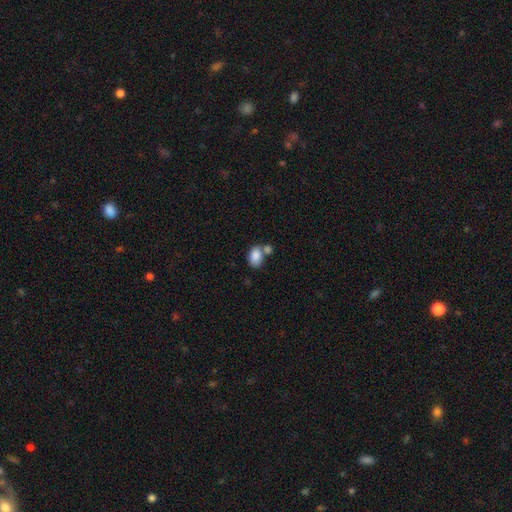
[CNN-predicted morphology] smooth-or-featured: smooth: 85% | featured or disk: 8% | star or artifact: 8%
  how-rounded: in between: 81% | round: 18% | cigar-shaped: 1%
  merging: none: 44% | merger: 39% | minor disturbance: 13% | major disturbance: 5%